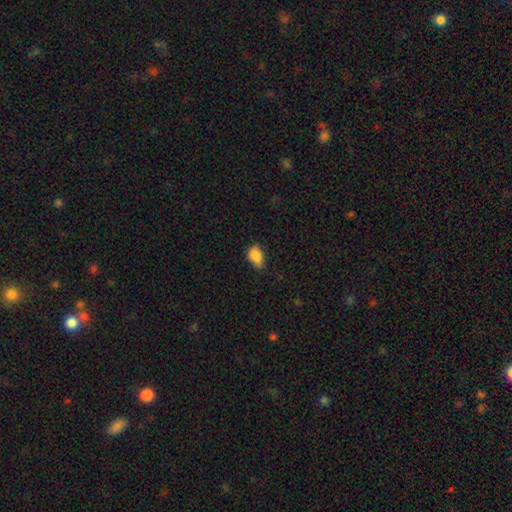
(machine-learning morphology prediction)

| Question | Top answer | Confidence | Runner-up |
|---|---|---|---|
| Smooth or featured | smooth | 86% | star or artifact (9%) |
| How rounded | in between | 82% | round (16%) |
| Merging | none | 56% | minor disturbance (35%) |